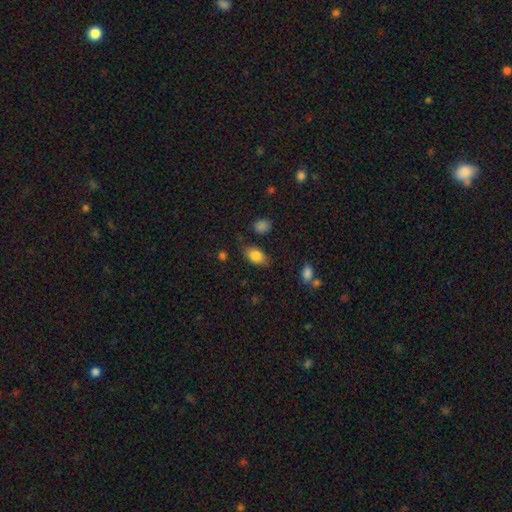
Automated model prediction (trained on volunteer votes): smooth 83%, featured or disk 9%, star or artifact 8%. Down the decision tree: how rounded — in between (88%); merging — none (77%).